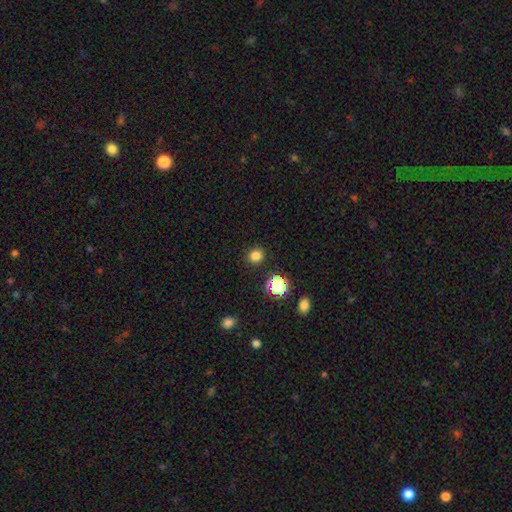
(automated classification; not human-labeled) Overall: smooth (80%). How rounded: round (83%). Merging: none (89%).